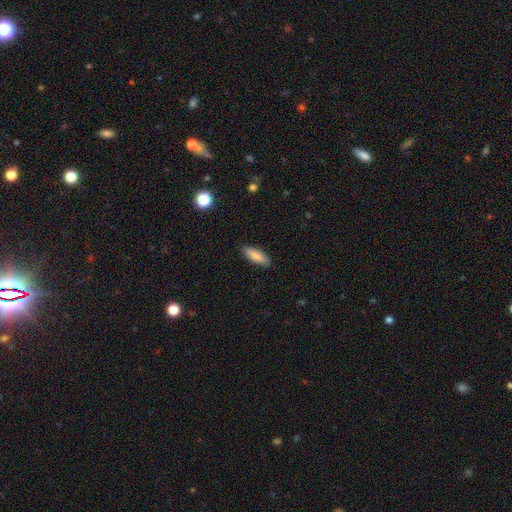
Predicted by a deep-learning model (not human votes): This is clearly a smooth galaxy (82%). How rounded: possibly in between (56%). Merging: clearly none (87%).